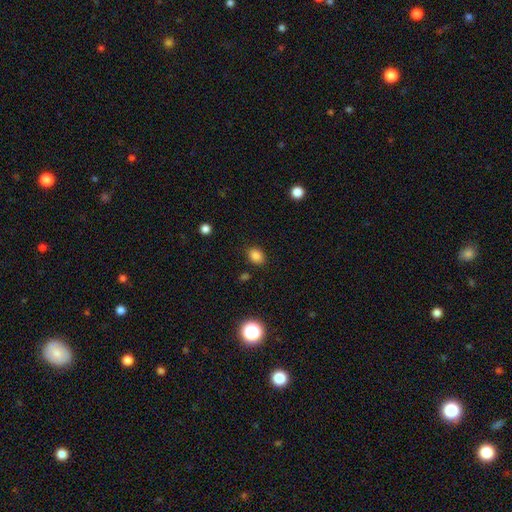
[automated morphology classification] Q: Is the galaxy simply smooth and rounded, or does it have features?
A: smooth — 83%.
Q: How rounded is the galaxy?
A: in between — 60%.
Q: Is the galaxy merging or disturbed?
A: none — 84%.